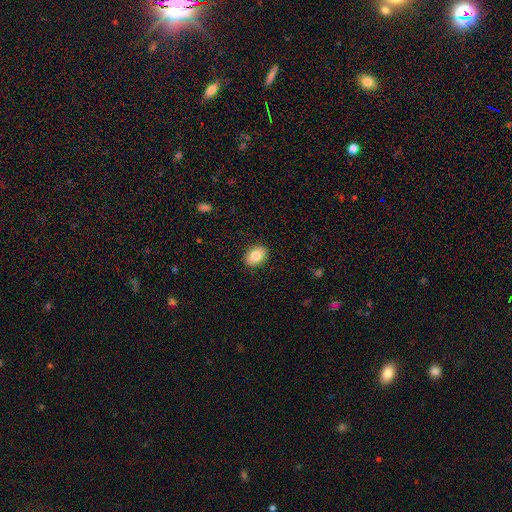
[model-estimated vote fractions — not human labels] smooth-or-featured: smooth: 82% | featured or disk: 11% | star or artifact: 8%
  how-rounded: in between: 77% | round: 21% | cigar-shaped: 1%
  merging: none: 89% | minor disturbance: 8% | major disturbance: 2% | merger: 1%